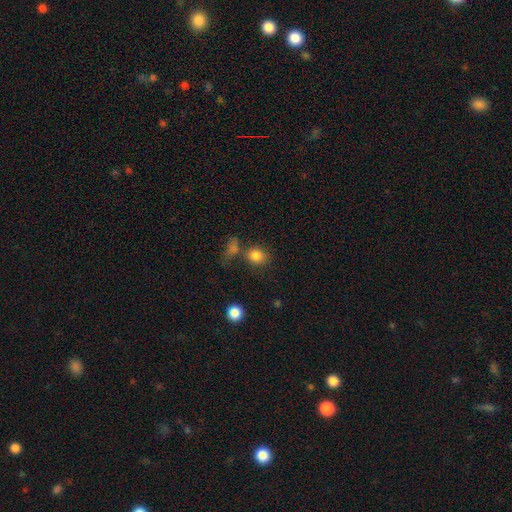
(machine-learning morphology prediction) smooth-or-featured: smooth: 83% | star or artifact: 11% | featured or disk: 6%
  how-rounded: round: 63% | in between: 36% | cigar-shaped: 1%
  merging: none: 61% | merger: 21% | minor disturbance: 12% | major disturbance: 6%